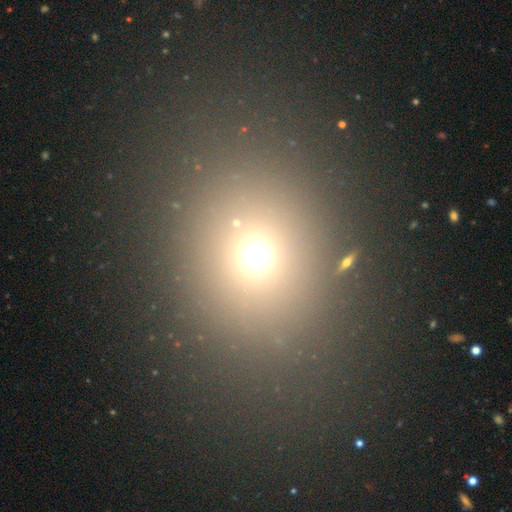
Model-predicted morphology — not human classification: This is likely a smooth galaxy (66%). How rounded: likely round (70%). Merging: clearly none (81%).